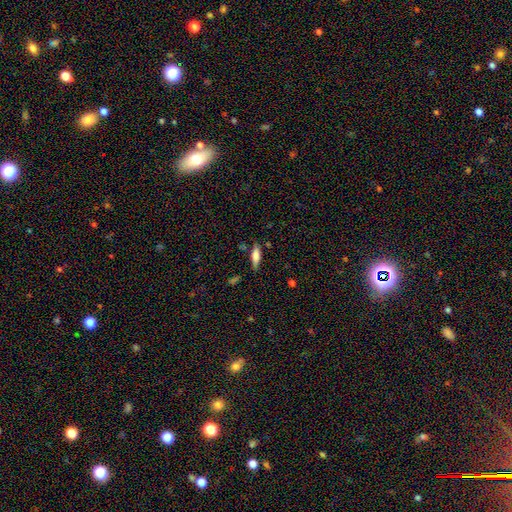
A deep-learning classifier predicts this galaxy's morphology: Q: Smooth or featured?
A: smooth (70%); runner-up: featured or disk (22%)
Q: How rounded?
A: in between (50%); runner-up: cigar-shaped (47%)
Q: Merging?
A: none (78%); runner-up: minor disturbance (16%)